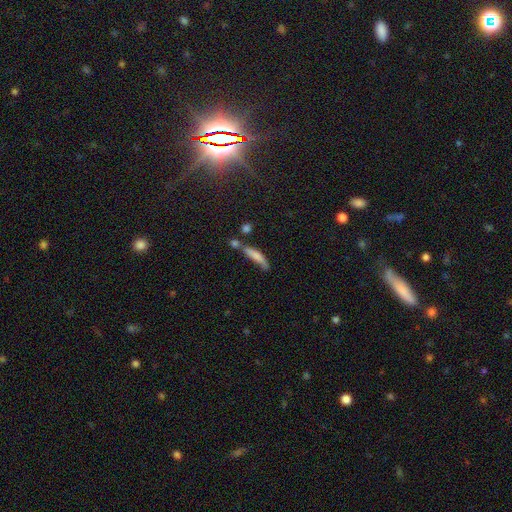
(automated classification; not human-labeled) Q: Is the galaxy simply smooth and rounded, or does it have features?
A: smooth — 71%.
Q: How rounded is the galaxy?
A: cigar-shaped — 81%.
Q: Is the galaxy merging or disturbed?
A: none — 44%.